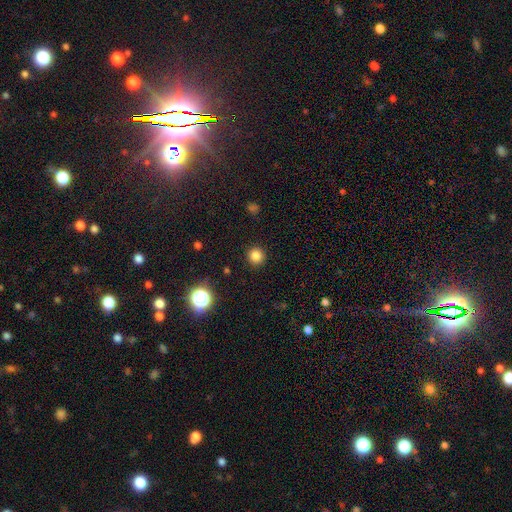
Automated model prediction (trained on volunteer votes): This appears to be a smooth galaxy with no disk features (83%) that is round (95%). Merging: none (92%).